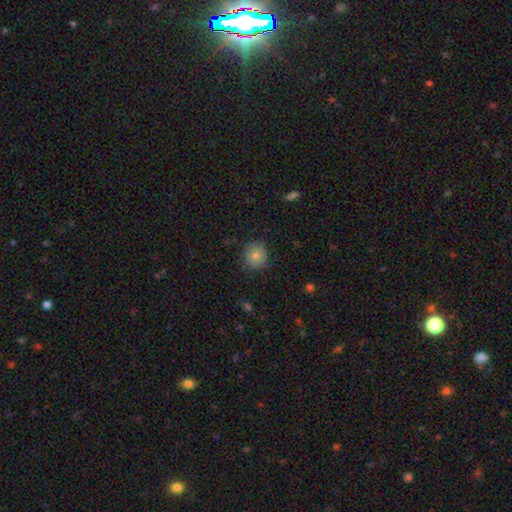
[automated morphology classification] Smooth or featured? smooth (76%)
How rounded? round (89%)
Merging? none (85%)